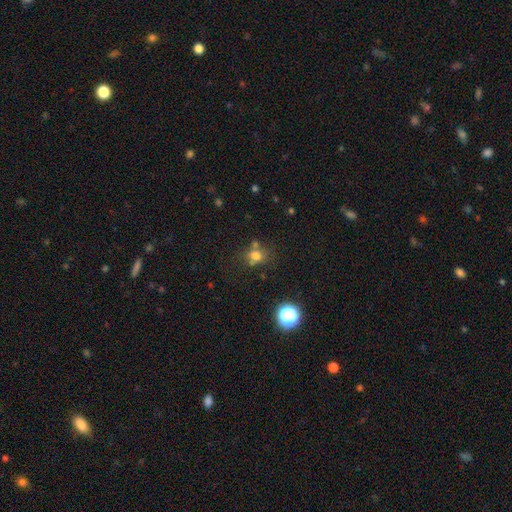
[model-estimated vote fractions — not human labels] smooth 71%, star or artifact 19%, featured or disk 10%. Down the decision tree: how rounded — round (71%); merging — none (60%).